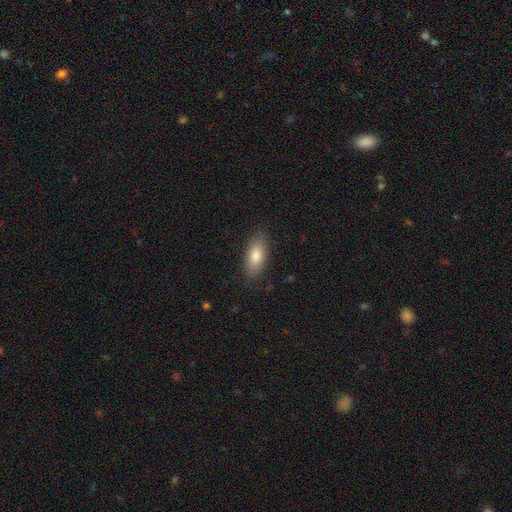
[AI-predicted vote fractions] Q: Smooth or featured?
A: smooth (81%); runner-up: featured or disk (12%)
Q: How rounded?
A: in between (85%); runner-up: cigar-shaped (12%)
Q: Merging?
A: none (83%); runner-up: minor disturbance (13%)